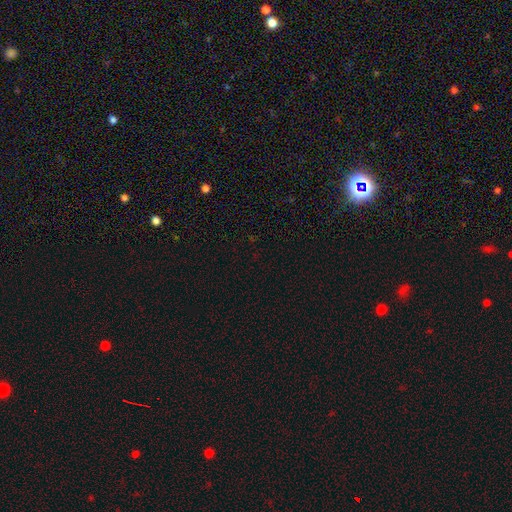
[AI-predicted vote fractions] This appears to be a star or artifact, not a galaxy (70%).